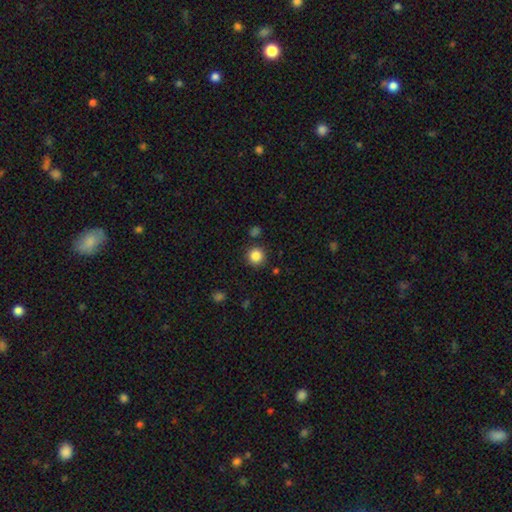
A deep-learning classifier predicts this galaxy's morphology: The model was most divided on "smooth or featured": smooth: 85%, star or artifact: 11%, featured or disk: 4%. More confident: how rounded — round (94%); merging — none (88%).